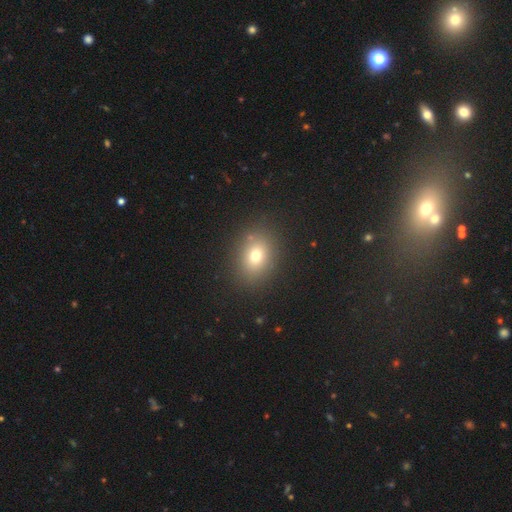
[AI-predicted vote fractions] Q: Smooth or featured?
A: smooth (73%); runner-up: star or artifact (15%)
Q: How rounded?
A: in between (51%); runner-up: round (48%)
Q: Merging?
A: none (86%); runner-up: minor disturbance (8%)